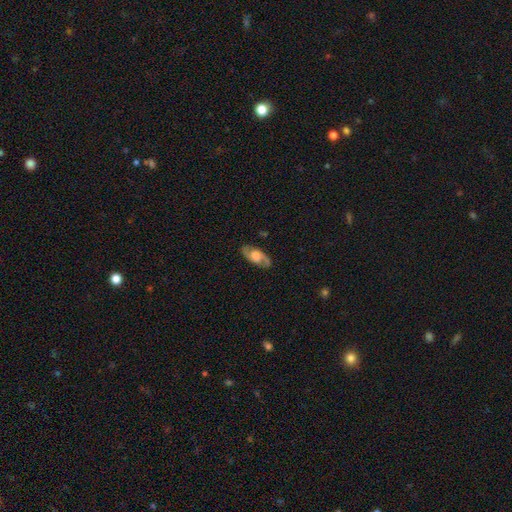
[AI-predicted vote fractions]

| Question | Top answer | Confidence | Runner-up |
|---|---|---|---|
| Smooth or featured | featured or disk | 75% | smooth (19%) |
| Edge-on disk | no | 91% | yes (9%) |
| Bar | no | 58% | weak (34%) |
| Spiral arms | yes | 91% | no (9%) |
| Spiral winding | medium | 51% | loose (28%) |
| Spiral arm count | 2 | 91% | can't tell (5%) |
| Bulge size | large | 45% | moderate (32%) |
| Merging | none | 84% | minor disturbance (11%) |